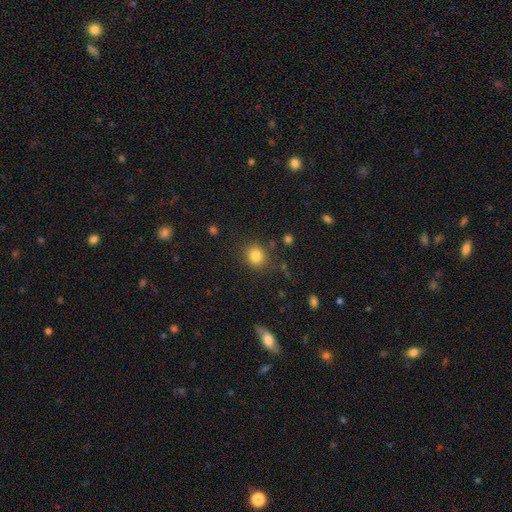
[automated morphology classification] smooth-or-featured: smooth: 83% | star or artifact: 12% | featured or disk: 6%
  how-rounded: round: 77% | in between: 22% | cigar-shaped: 1%
  merging: none: 83% | minor disturbance: 10% | major disturbance: 4% | merger: 3%